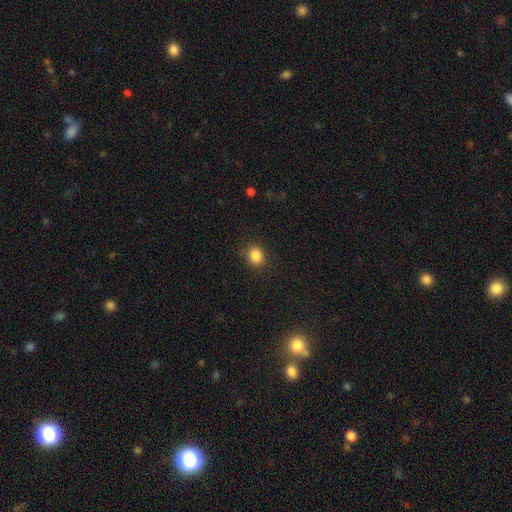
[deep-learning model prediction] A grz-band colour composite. It shows a smooth galaxy with no disk features (86%) that is round (76%). Merging: none (88%).